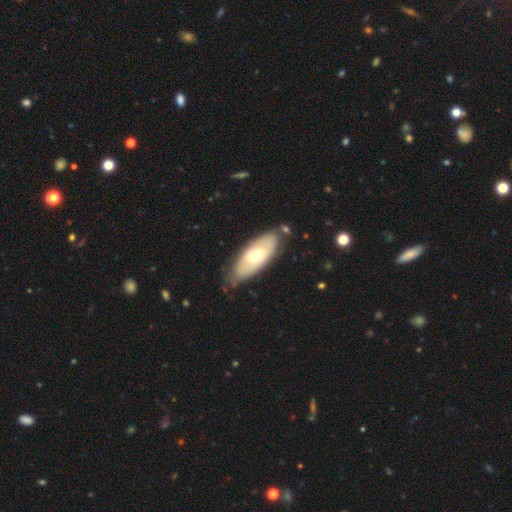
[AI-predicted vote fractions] This appears to be a smooth galaxy with no disk features (52%) that is in between round and cigar-shaped (80%). Merging: none (74%).